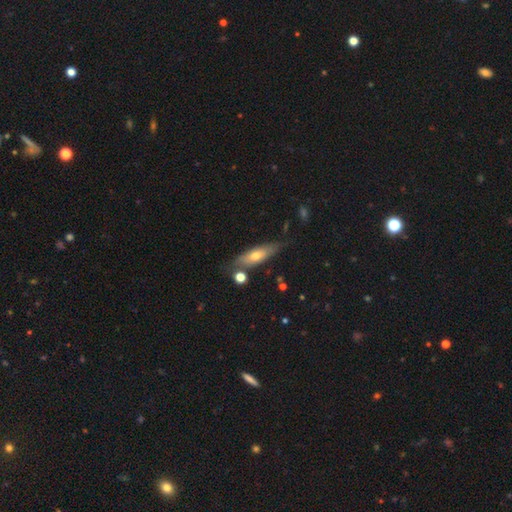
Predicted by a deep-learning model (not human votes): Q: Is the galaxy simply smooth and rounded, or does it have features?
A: smooth — 57%.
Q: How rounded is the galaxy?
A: cigar-shaped — 52%.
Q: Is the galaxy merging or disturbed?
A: none — 73%.